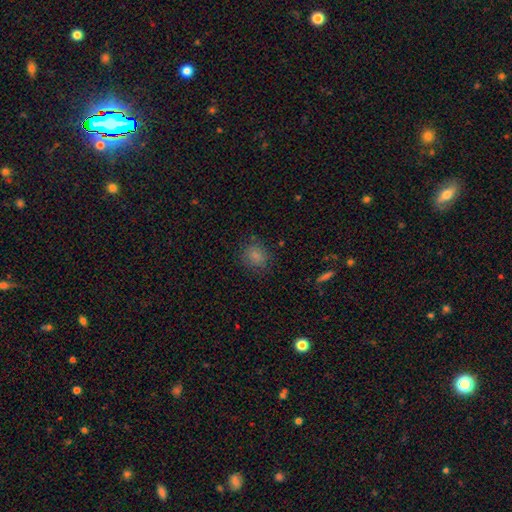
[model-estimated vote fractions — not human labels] Smooth or featured? smooth (81%)
How rounded? round (70%)
Merging? none (79%)